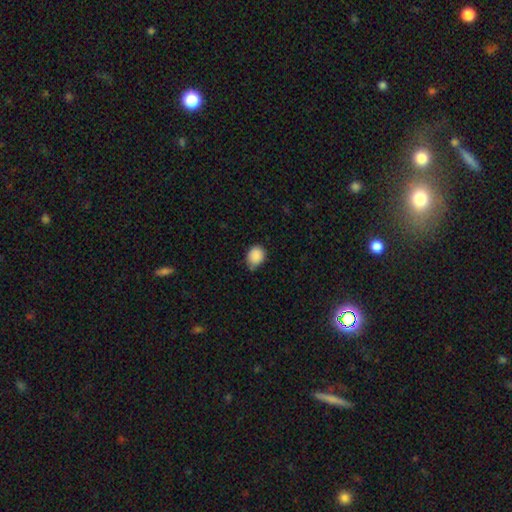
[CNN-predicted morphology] smooth_or_featured: smooth (p=0.88) [alt: star or artifact p=0.08]
how_rounded: round (p=0.54) [alt: in between p=0.45]
merging: none (p=0.59) [alt: minor disturbance p=0.35]